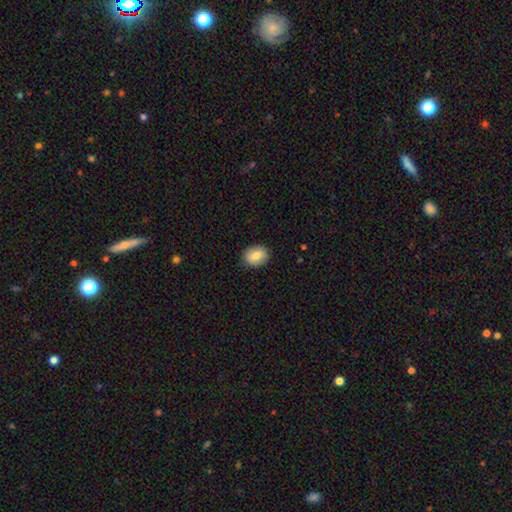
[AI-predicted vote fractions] Q: Smooth or featured?
A: smooth (81%); runner-up: featured or disk (12%)
Q: How rounded?
A: in between (60%); runner-up: round (39%)
Q: Merging?
A: none (87%); runner-up: minor disturbance (10%)